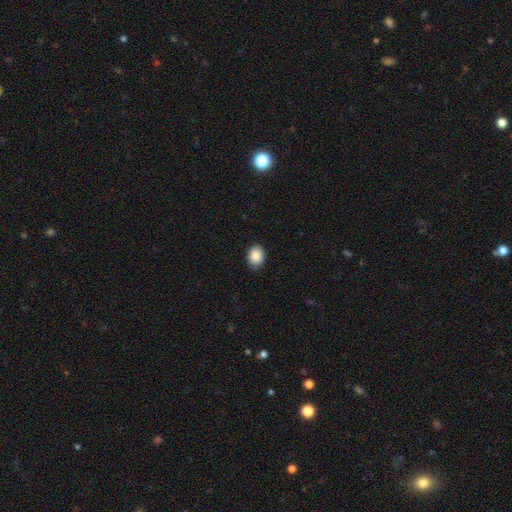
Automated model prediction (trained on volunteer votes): Smooth or featured? smooth (88%)
How rounded? in between (59%)
Merging? none (87%)